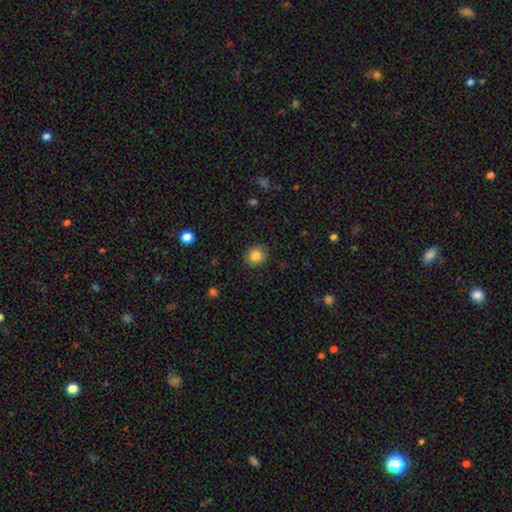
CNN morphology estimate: type=smooth (84%); roundness=round (85%); merging=none (90%).